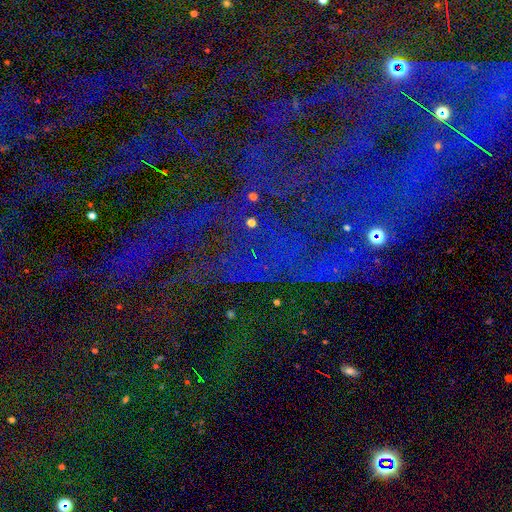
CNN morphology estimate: smooth_or_featured: star or artifact (p=0.80) [alt: featured or disk p=0.11]